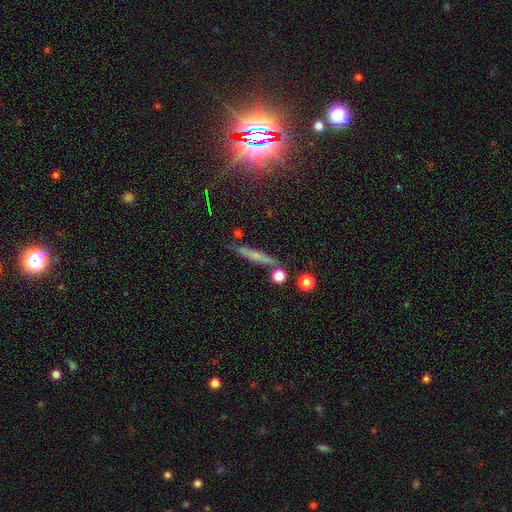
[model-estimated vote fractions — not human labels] Overall: smooth (50%; featured or disk 36%). How rounded: cigar-shaped (89%). Merging: none (79%).